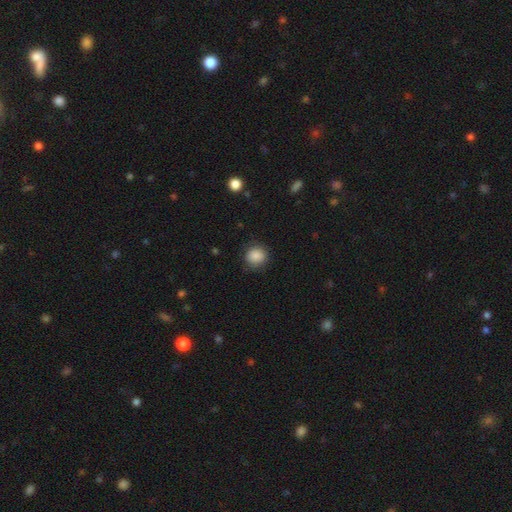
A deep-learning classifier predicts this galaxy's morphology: The model was most divided on "how rounded": round: 85%, in between: 14%, cigar-shaped: 1%. More confident: smooth or featured — smooth (87%); merging — none (84%).